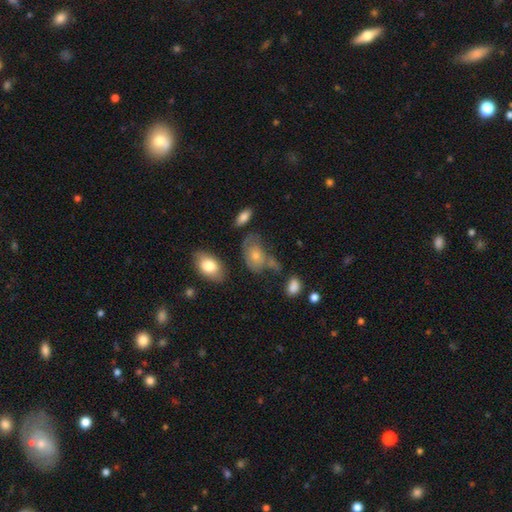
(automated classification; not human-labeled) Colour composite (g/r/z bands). It shows a smooth galaxy with no disk features (59%) that is in between round and cigar-shaped (78%). Merging: none (48%).